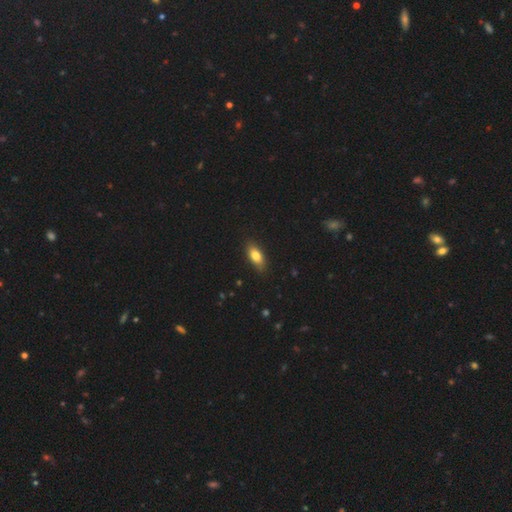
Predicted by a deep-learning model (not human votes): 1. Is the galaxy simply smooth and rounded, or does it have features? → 80% smooth, 12% featured or disk, 8% star or artifact.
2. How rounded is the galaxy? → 85% in between, 10% cigar-shaped, 5% round.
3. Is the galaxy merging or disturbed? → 84% none, 12% minor disturbance, 2% major disturbance, 1% merger.